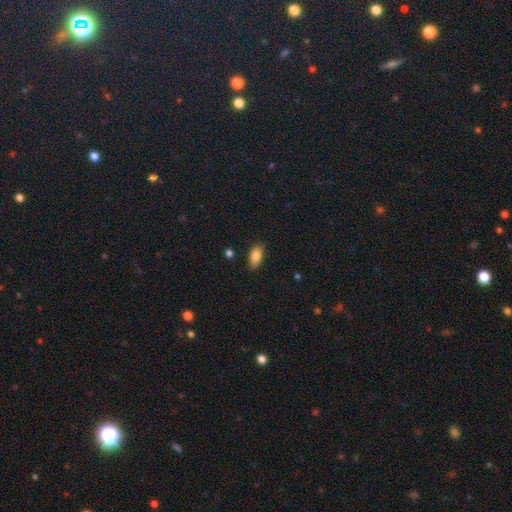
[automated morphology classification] Smooth or featured?
  - smooth: 86% *
  - star or artifact: 8%
  - featured or disk: 6%
How rounded?
  - in between: 90% *
  - cigar-shaped: 6%
  - round: 4%
Merging?
  - none: 84% *
  - minor disturbance: 12%
  - major disturbance: 3%
  - merger: 2%